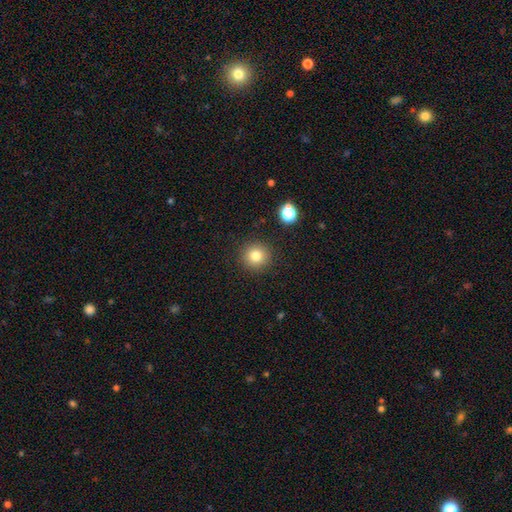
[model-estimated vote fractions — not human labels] This is clearly a smooth galaxy (81%). How rounded: clearly round (94%). Merging: clearly none (90%).